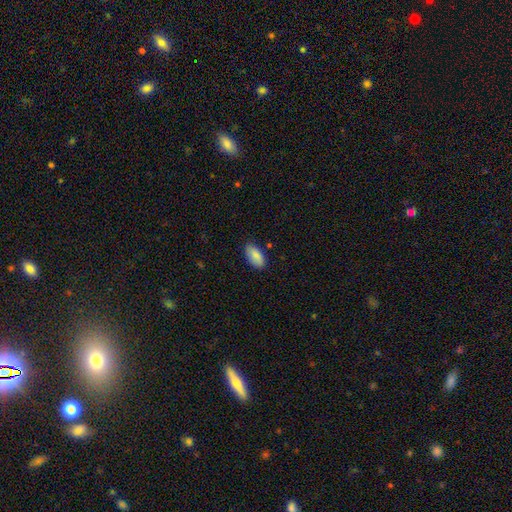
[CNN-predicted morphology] smooth 88%, star or artifact 6%, featured or disk 6%. Down the decision tree: how rounded — in between (93%); merging — none (83%).